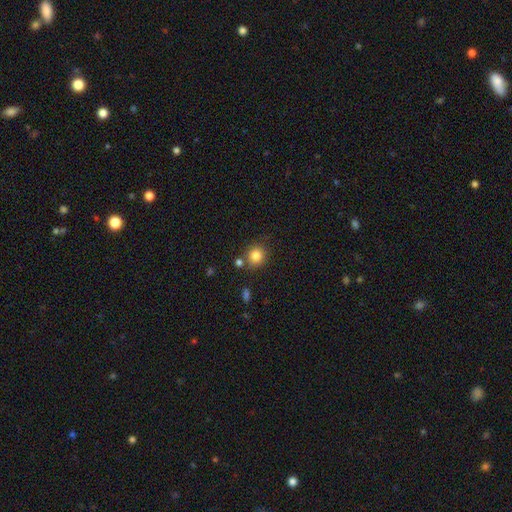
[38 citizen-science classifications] smooth_or_featured: smooth (p=0.92) [alt: featured or disk p=0.05]
how_rounded: round (p=0.86) [alt: in between p=0.14]
merging: none (p=0.86) [alt: minor disturbance p=0.14]